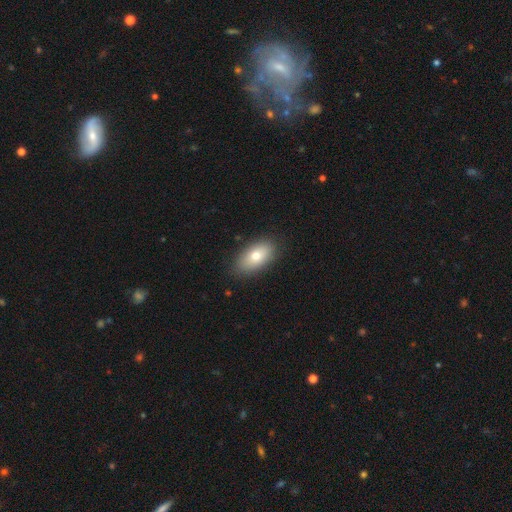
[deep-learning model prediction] The model was most divided on "smooth or featured": smooth: 75%, featured or disk: 18%, star or artifact: 8%. More confident: how rounded — in between (91%); merging — none (87%).